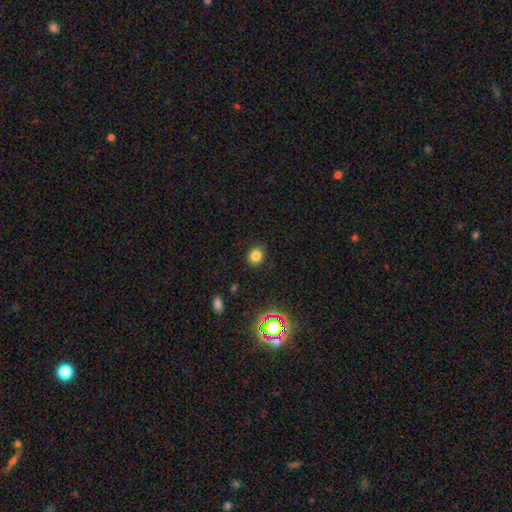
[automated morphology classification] This appears to be a smooth galaxy with no disk features (80%) that is round (72%). Merging: none (87%).